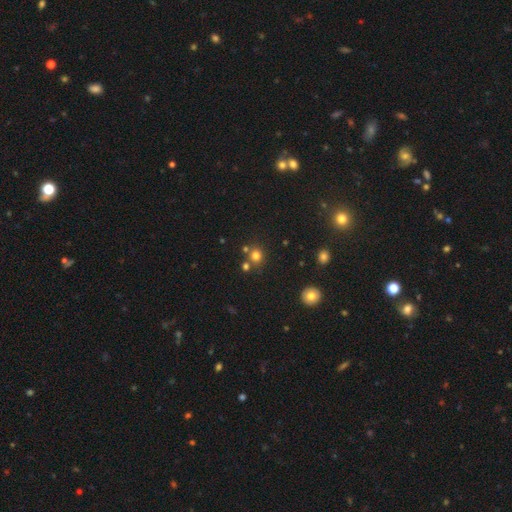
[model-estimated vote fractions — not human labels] Morphology: type=smooth (75%); roundness=round (87%); merging=none (71%).